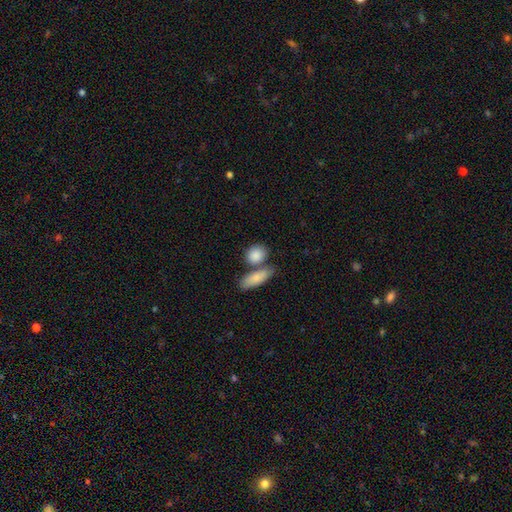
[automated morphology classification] Q: Smooth or featured?
A: smooth (86%); runner-up: featured or disk (8%)
Q: How rounded?
A: in between (50%); runner-up: round (44%)
Q: Merging?
A: none (56%); runner-up: merger (29%)